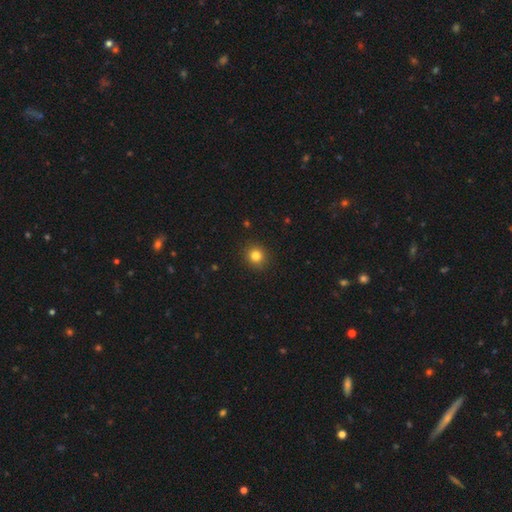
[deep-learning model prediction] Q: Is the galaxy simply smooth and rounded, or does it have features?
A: smooth — 82%.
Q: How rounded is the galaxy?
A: round — 89%.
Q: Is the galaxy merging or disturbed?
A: none — 91%.